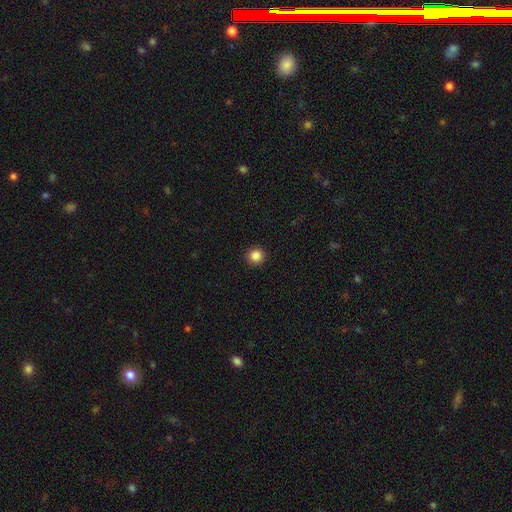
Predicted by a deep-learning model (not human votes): Smooth or featured? smooth (86%)
How rounded? round (94%)
Merging? none (92%)